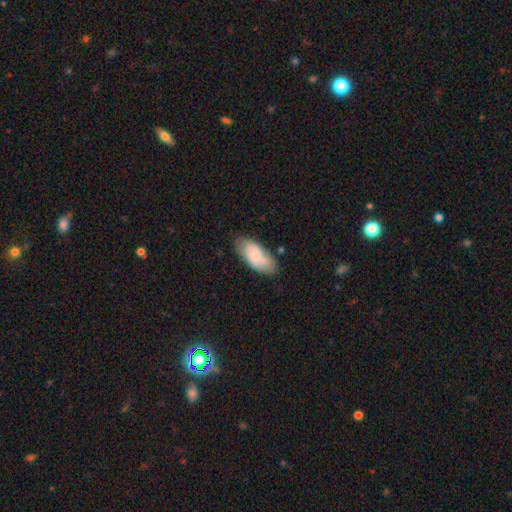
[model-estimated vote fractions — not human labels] A smooth galaxy with no disk features (65%) that is in between round and cigar-shaped (91%).

Vote fractions:
- Smooth or featured? smooth: 65% / featured or disk: 29% / star or artifact: 7%
- How rounded? in between: 91% / cigar-shaped: 7% / round: 2%
- Merging? none: 67% / minor disturbance: 25% / major disturbance: 6% / merger: 3%